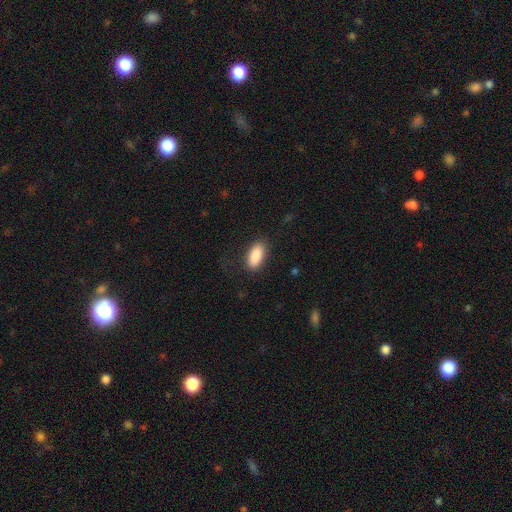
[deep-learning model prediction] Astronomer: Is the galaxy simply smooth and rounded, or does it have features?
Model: smooth — 89%.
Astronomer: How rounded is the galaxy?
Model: in between — 89%.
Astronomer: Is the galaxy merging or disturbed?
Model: none — 84%.